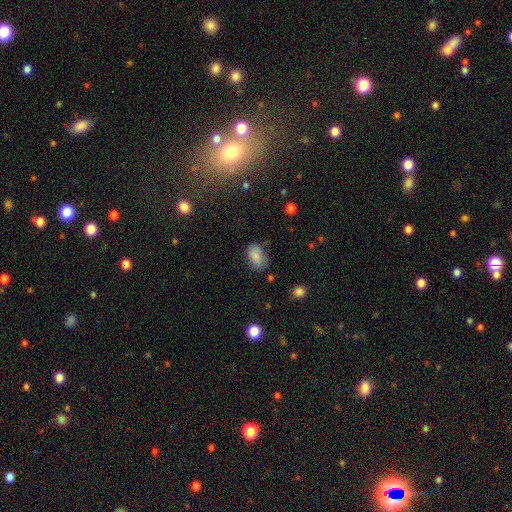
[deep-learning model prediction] Smooth or featured? Predicted: smooth (p=0.84). How rounded? Predicted: in between (p=0.90). Merging? Predicted: none (p=0.69).